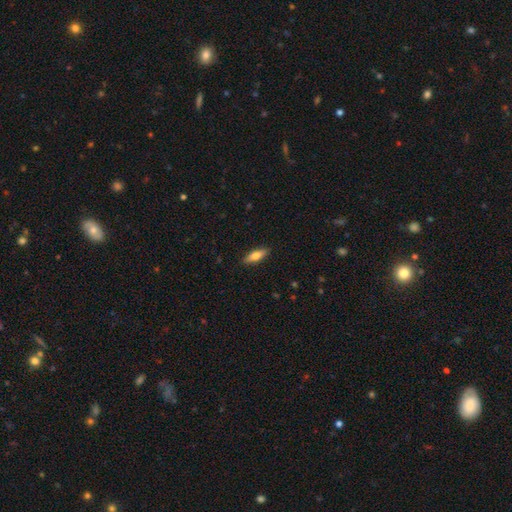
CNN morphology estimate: smooth_or_featured: smooth (p=0.71) [alt: featured or disk p=0.23]
how_rounded: in between (p=0.54) [alt: cigar-shaped p=0.44]
merging: none (p=0.89) [alt: minor disturbance p=0.08]